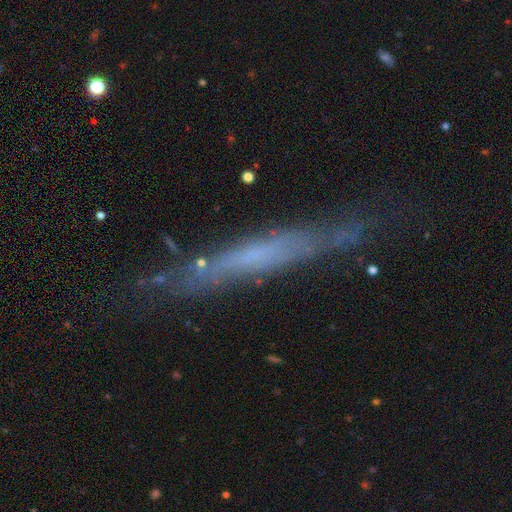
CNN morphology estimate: smooth_or_featured: featured or disk (p=0.60) [alt: smooth p=0.29]
disk_edge_on: yes (p=0.84) [alt: no p=0.16]
edge_on_bulge: none (p=0.76) [alt: rounded p=0.14]
merging: none (p=0.73) [alt: minor disturbance p=0.19]